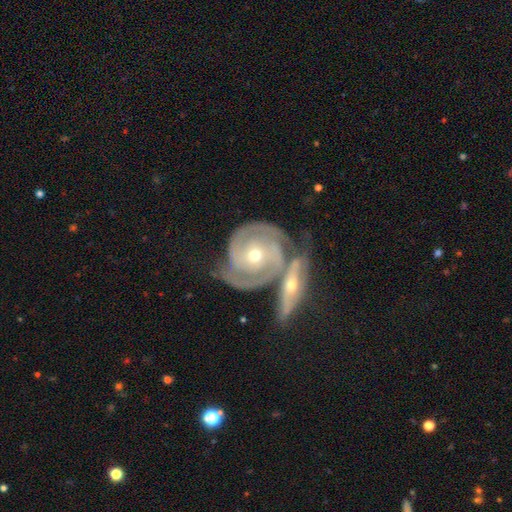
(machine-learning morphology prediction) Smooth or featured? featured or disk (90%)
Edge-on disk? no (96%)
Bar? no (66%)
Spiral arms? yes (98%)
Spiral winding? tight (71%)
Spiral arm count? 2 (63%)
Bulge size? moderate (50%)
Merging? merger (41%)